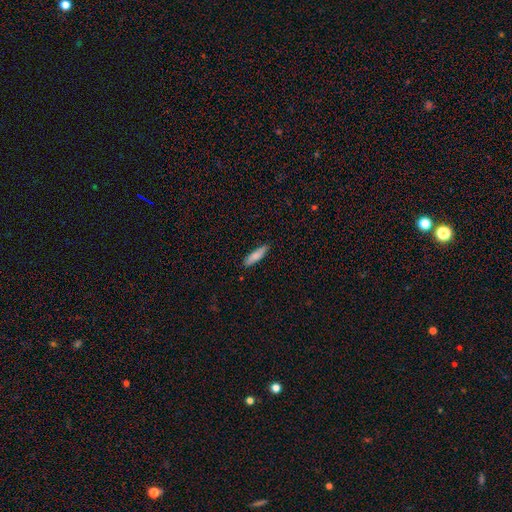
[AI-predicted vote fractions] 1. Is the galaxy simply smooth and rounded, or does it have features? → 80% smooth, 14% featured or disk, 6% star or artifact.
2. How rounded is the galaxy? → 67% cigar-shaped, 32% in between, 2% round.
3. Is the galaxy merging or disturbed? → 86% none, 11% minor disturbance, 2% major disturbance, 1% merger.